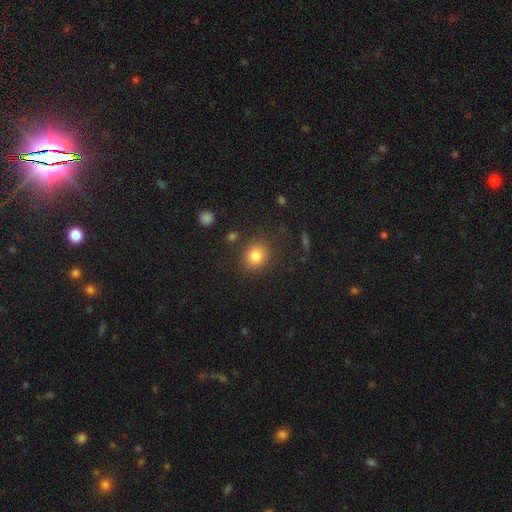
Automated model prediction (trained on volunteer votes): A smooth galaxy with no disk features (82%) that is round (74%). Merging: none (84%).